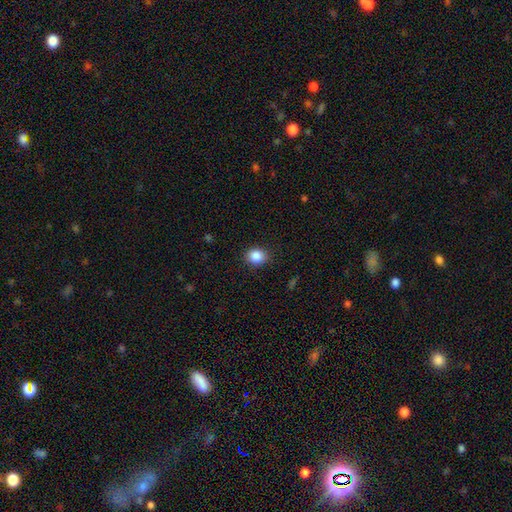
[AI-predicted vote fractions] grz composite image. It shows a smooth galaxy with no disk features (87%) that is round (65%). Merging: none (87%).